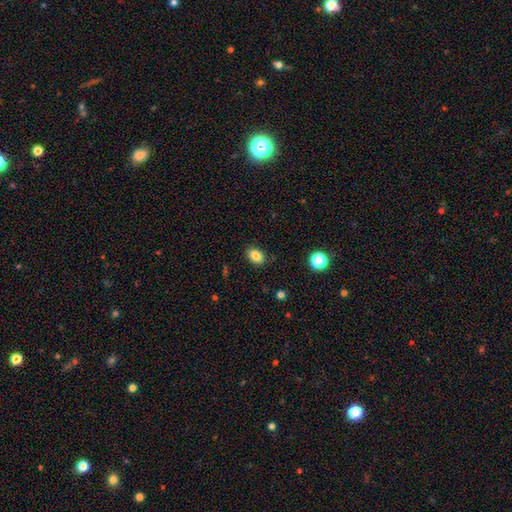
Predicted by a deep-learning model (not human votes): A smooth galaxy with no disk features (85%) that is in between round and cigar-shaped (80%). Merging: none (86%).